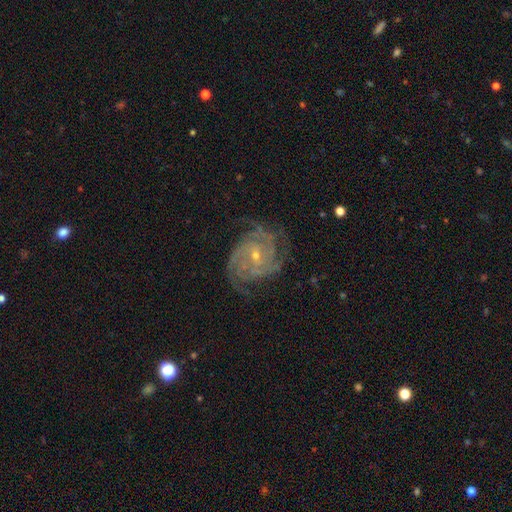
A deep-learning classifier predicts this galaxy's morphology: type=featured or disk (90%); edge-on=no (98%); bar=no (54%); spiral arms=yes (98%); winding=tight (65%); arm count=4 (27%); bulge=small (70%); merging=none (74%).